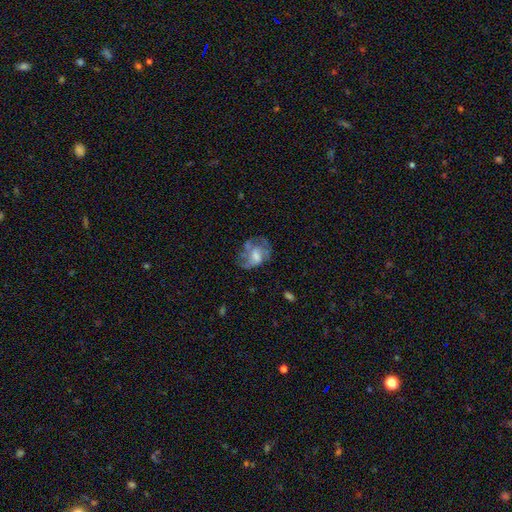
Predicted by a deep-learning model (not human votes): This appears to be a featured or disk galaxy (56%) with no bar (58%), spiral arms (52%) and a moderate central bulge (42%). Merging: none (43%).